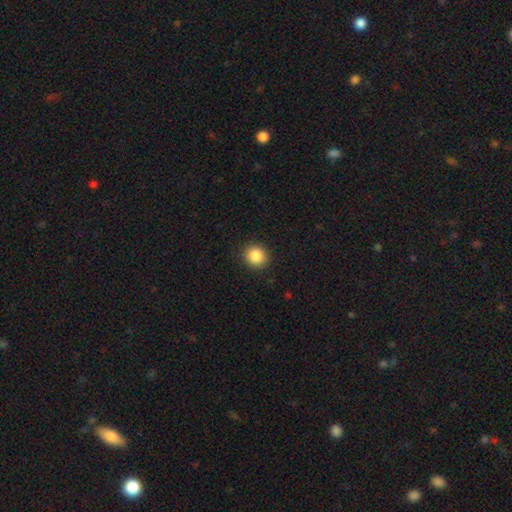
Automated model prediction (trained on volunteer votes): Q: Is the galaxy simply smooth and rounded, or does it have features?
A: smooth — 87%.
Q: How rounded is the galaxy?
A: round — 88%.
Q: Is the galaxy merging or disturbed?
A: none — 91%.